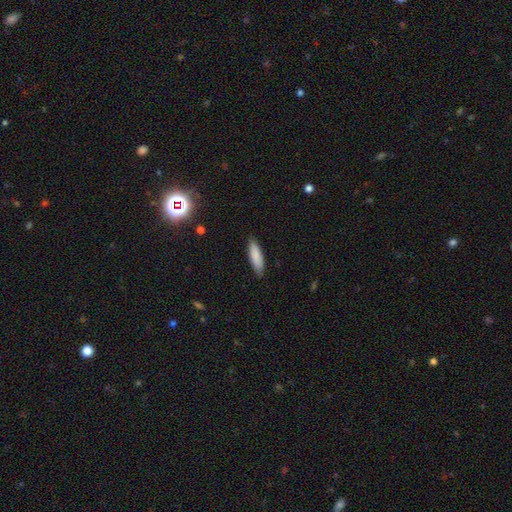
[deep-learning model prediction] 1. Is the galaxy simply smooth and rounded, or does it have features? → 87% smooth, 6% featured or disk, 6% star or artifact.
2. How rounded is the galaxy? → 55% cigar-shaped, 43% in between, 1% round.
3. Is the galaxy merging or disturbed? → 86% none, 11% minor disturbance, 2% major disturbance, 1% merger.